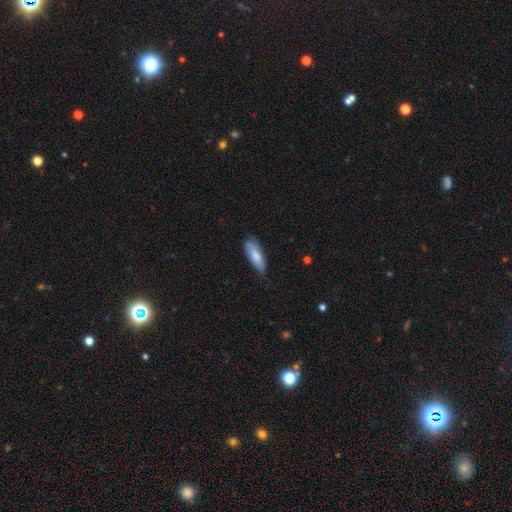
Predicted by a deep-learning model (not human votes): smooth-or-featured: smooth: 78% | featured or disk: 17% | star or artifact: 6%
  how-rounded: in between: 63% | cigar-shaped: 35% | round: 2%
  merging: none: 64% | minor disturbance: 30% | major disturbance: 5% | merger: 1%